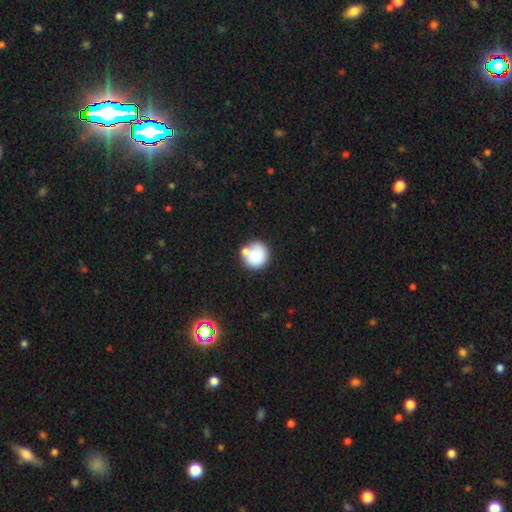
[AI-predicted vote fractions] Smooth or featured? smooth (81%)
How rounded? round (89%)
Merging? none (58%)